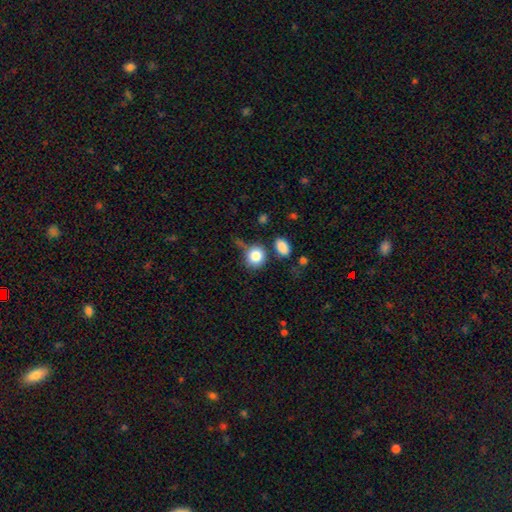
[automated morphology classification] This is clearly a smooth galaxy (84%). How rounded: likely round (78%). Merging: likely none (61%).